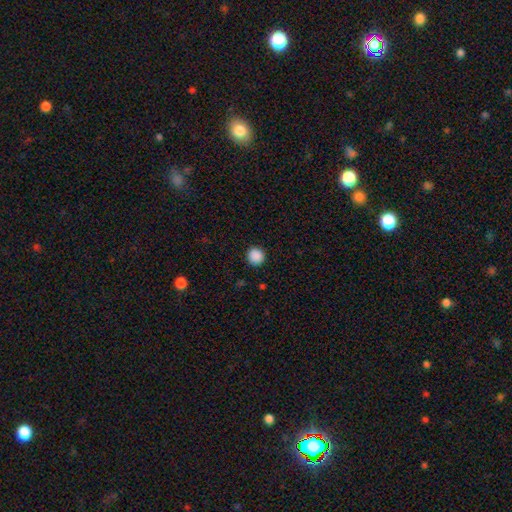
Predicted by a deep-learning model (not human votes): Morphology: type=smooth (89%); roundness=round (94%); merging=none (92%).